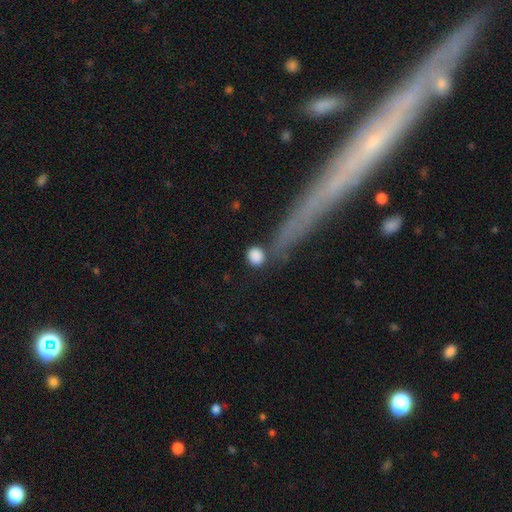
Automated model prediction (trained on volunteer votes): This appears to be a smooth galaxy with no disk features (87%) that is round (82%). Merging: none (72%).